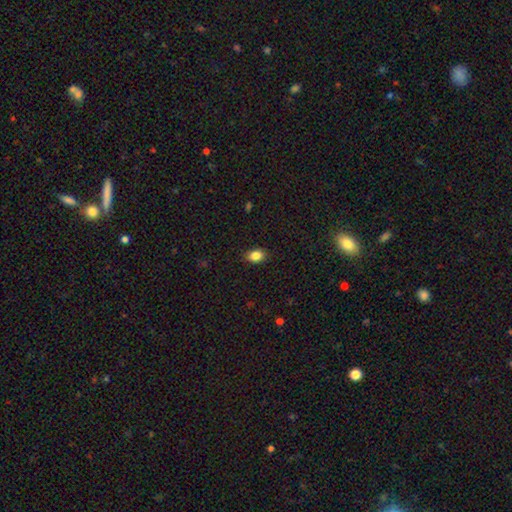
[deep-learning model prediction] A smooth galaxy with no disk features (85%) that is in between round and cigar-shaped (75%). Merging: none (88%).